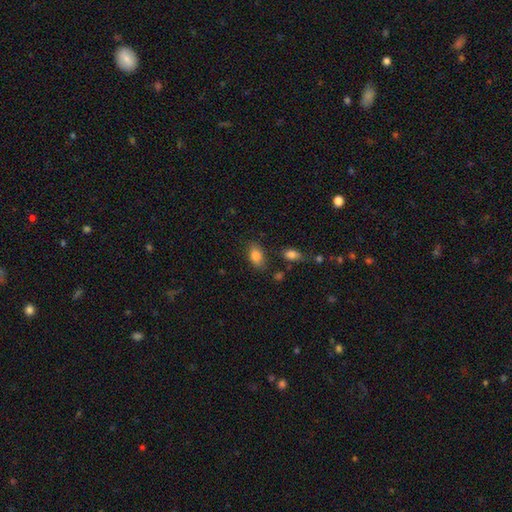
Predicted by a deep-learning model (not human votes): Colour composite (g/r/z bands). It shows a smooth galaxy with no disk features (83%) that is in between round and cigar-shaped (88%). Merging: none (77%).